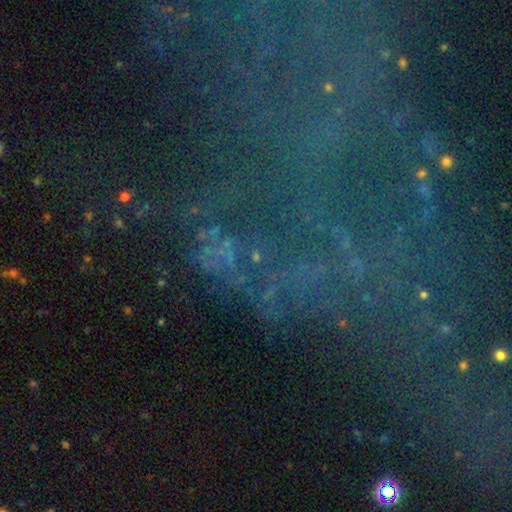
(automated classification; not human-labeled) smooth-or-featured: star or artifact: 67% | featured or disk: 19% | smooth: 14%